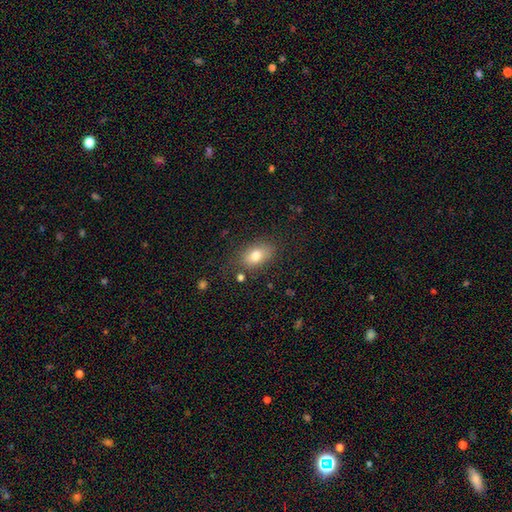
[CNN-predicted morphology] Smooth or featured? Predicted: smooth (p=0.78). How rounded? Predicted: in between (p=0.85). Merging? Predicted: none (p=0.77).